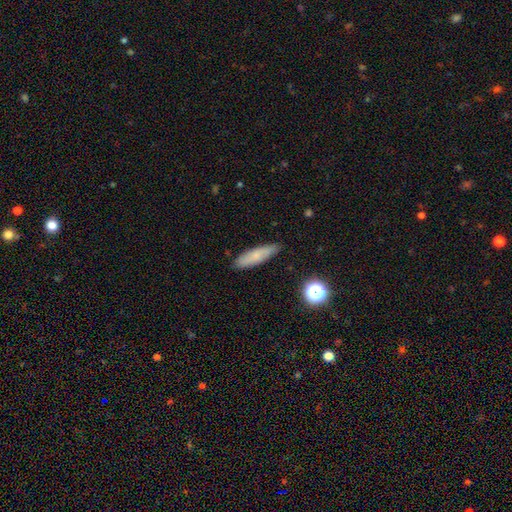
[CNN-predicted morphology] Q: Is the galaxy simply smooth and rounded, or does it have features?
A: smooth — 74%.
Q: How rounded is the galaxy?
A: cigar-shaped — 71%.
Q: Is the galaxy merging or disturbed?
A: none — 86%.